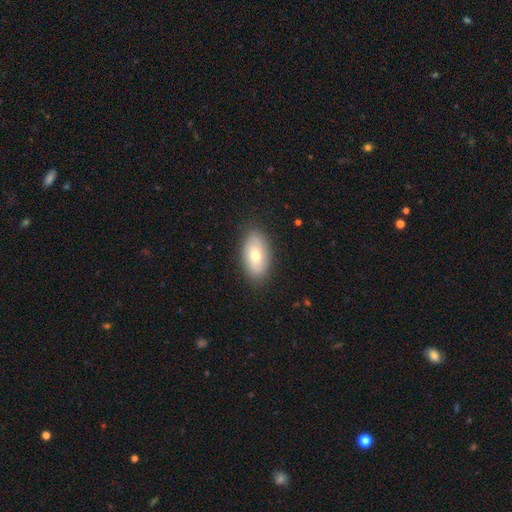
This appears to be a smooth galaxy with no disk features (72%) that is in between round and cigar-shaped (82%). Merging: none (84%).